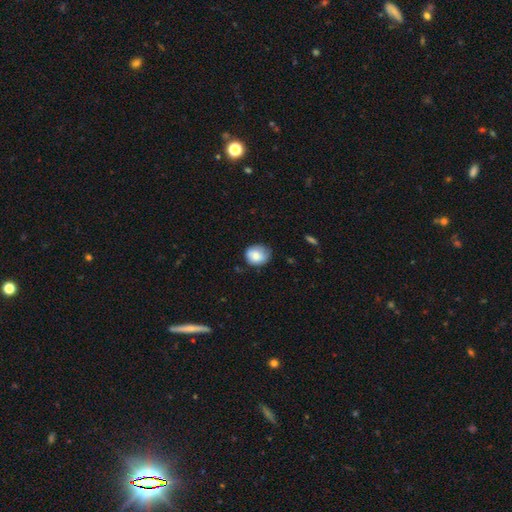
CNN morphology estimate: Q: Smooth or featured?
A: smooth (80%); runner-up: featured or disk (12%)
Q: How rounded?
A: round (67%); runner-up: in between (32%)
Q: Merging?
A: none (60%); runner-up: minor disturbance (32%)